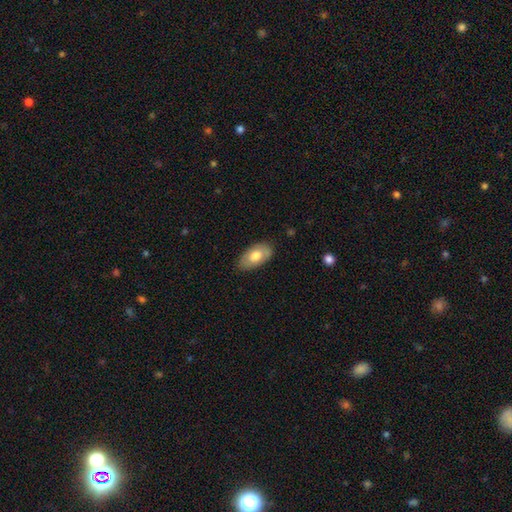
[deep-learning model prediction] Overall: smooth (70%). How rounded: in between (94%). Merging: none (79%).